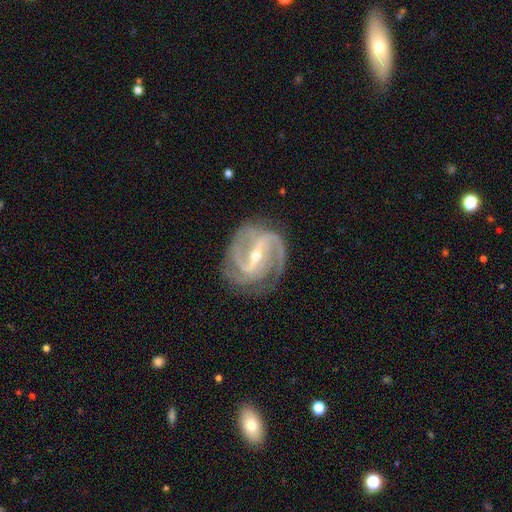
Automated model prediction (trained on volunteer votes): Morphology: type=featured or disk (92%); edge-on=no (97%); bar=strong (67%); spiral arms=yes (98%); winding=medium (49%); arm count=2 (66%); bulge=small (59%); merging=none (78%).